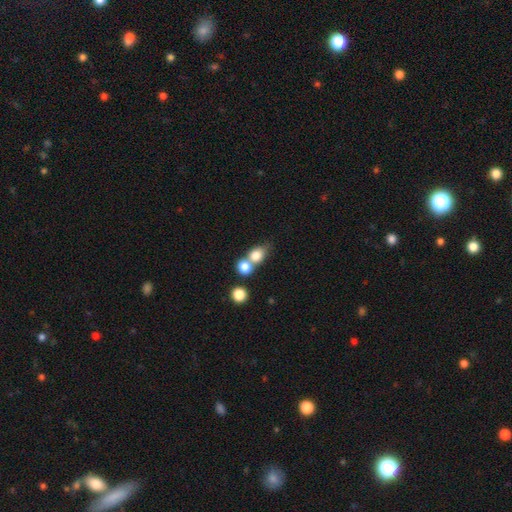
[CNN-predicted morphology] Q: Smooth or featured?
A: smooth (79%); runner-up: featured or disk (11%)
Q: How rounded?
A: round (56%); runner-up: in between (42%)
Q: Merging?
A: merger (53%); runner-up: none (34%)